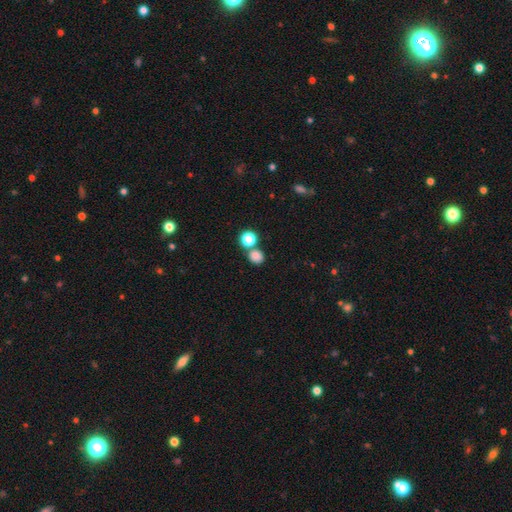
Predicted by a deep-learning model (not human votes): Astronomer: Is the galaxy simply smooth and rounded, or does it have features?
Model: smooth — 81%.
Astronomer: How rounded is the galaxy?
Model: round — 77%.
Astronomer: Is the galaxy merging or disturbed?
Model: none — 63%.